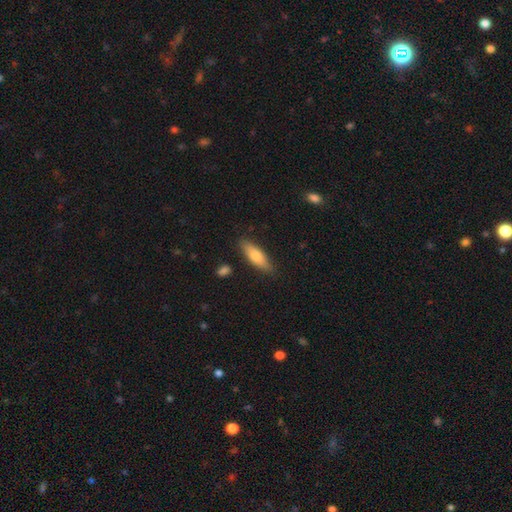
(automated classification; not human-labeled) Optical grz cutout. It shows a smooth galaxy with no disk features (76%) that is cigar-shaped (52%). Merging: none (84%).